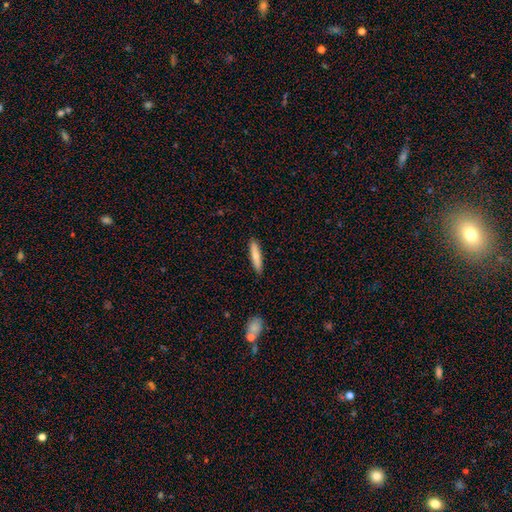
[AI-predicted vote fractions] The model was most divided on "smooth or featured": smooth: 73%, featured or disk: 21%, star or artifact: 6%. More confident: merging — none (90%); how rounded — cigar-shaped (88%).